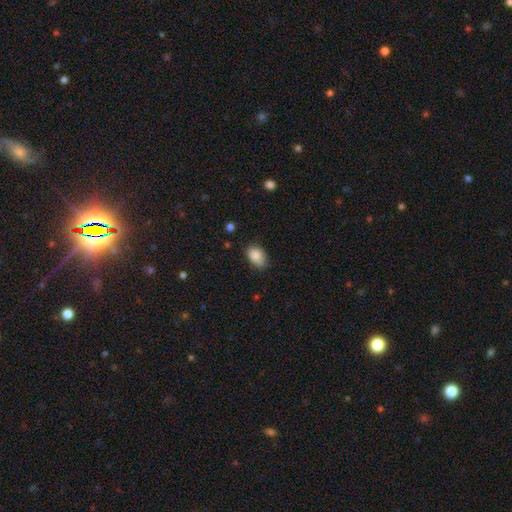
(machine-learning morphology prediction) Smooth or featured: smooth — 87% (star or artifact — 8%)
How rounded: in between — 83% (round — 15%)
Merging: none — 64% (minor disturbance — 29%)